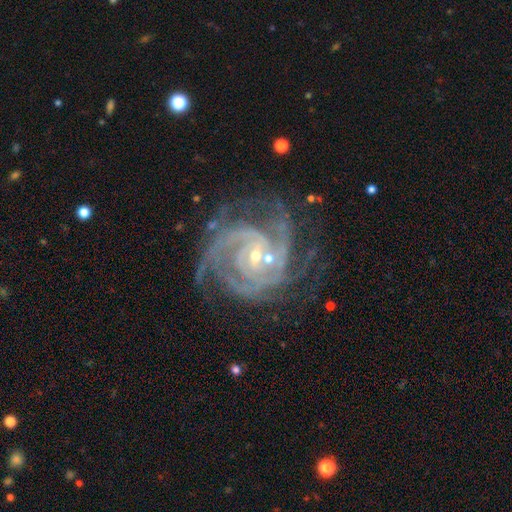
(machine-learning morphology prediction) type=featured or disk (91%); edge-on=no (98%); bar=no (50%); spiral arms=yes (98%); winding=tight (69%); arm count=3 (30%); bulge=small (73%); merging=none (58%).